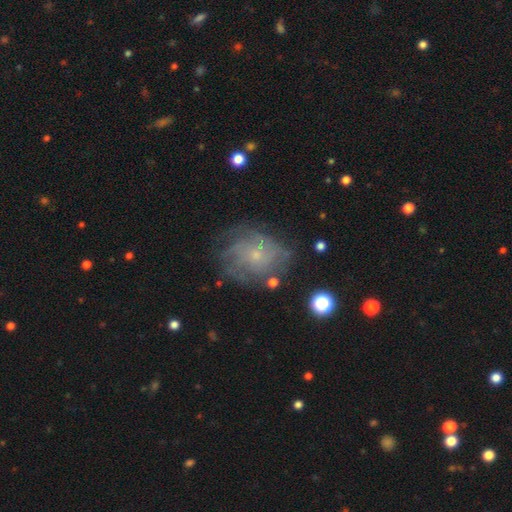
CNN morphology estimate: Smooth or featured?
  - featured or disk: 65% *
  - smooth: 23%
  - star or artifact: 12%
Edge-on disk?
  - no: 97% *
  - yes: 3%
Bar?
  - no: 81% *
  - weak: 16%
  - strong: 2%
Spiral arms?
  - yes: 80% *
  - no: 20%
Spiral winding?
  - tight: 55% *
  - medium: 31%
  - loose: 14%
Spiral arm count?
  - can't tell: 56% *
  - 4: 12%
  - 3: 10%
  - 2: 9%
  - more than 4: 8%
  - 1: 5%
Bulge size?
  - small: 78% *
  - moderate: 15%
  - none: 5%
  - large: 1%
  - dominant: 1%
Merging?
  - none: 66% *
  - minor disturbance: 20%
  - major disturbance: 12%
  - merger: 2%